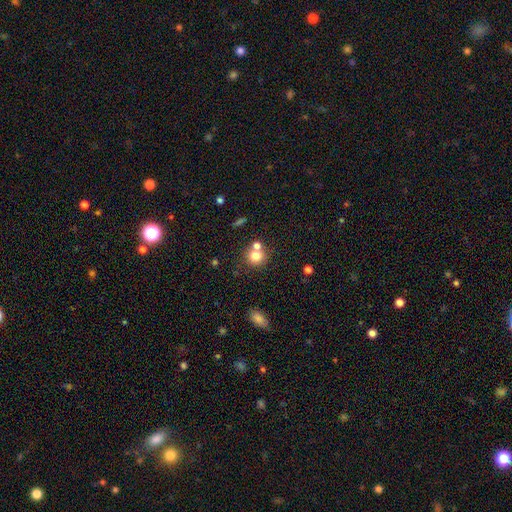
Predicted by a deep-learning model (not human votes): Smooth or featured: smooth — 77% (featured or disk — 11%)
How rounded: round — 85% (in between — 14%)
Merging: none — 56% (merger — 32%)